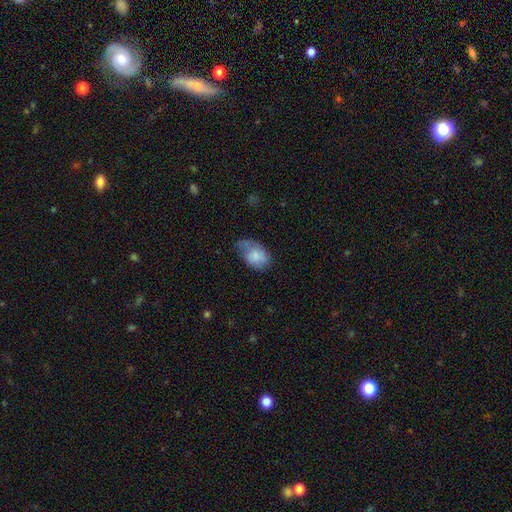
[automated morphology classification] Overall: smooth (76%). How rounded: in between (85%). Merging: minor disturbance (40%; none 37%).